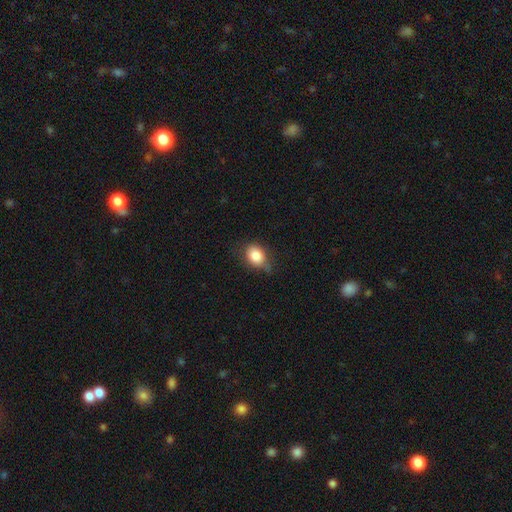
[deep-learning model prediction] Morphology: type=smooth (83%); roundness=in between (59%); merging=none (56%).